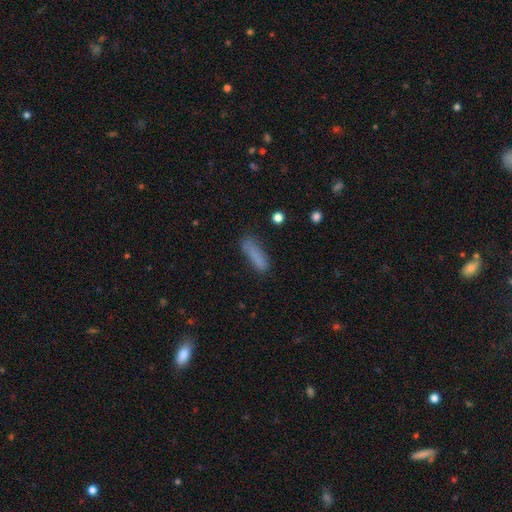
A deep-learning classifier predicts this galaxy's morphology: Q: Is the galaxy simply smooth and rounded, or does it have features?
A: smooth — 83%.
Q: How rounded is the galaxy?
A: cigar-shaped — 69%.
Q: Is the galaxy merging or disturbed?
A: none — 72%.